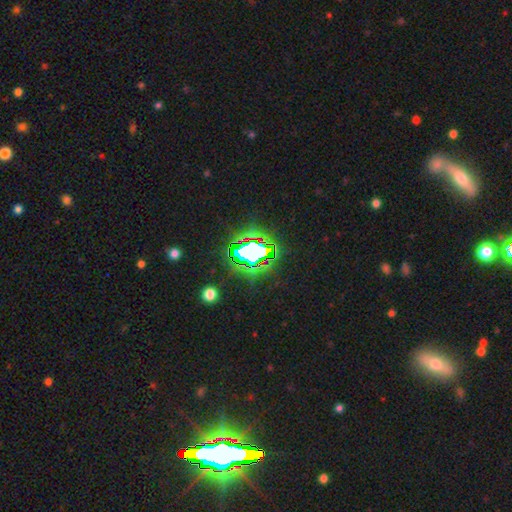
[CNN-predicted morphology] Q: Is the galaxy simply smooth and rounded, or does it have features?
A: star or artifact — 79%.